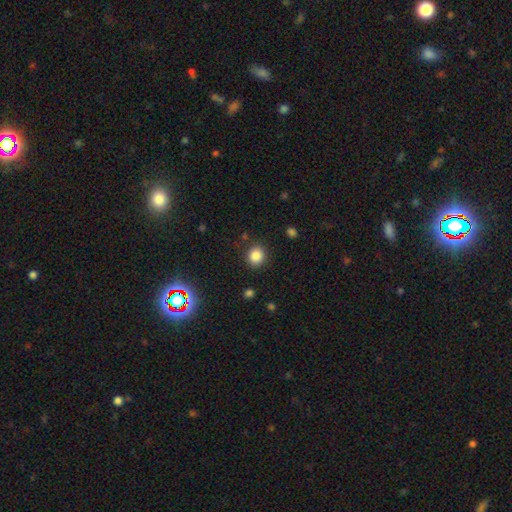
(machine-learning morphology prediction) smooth 84%, star or artifact 11%, featured or disk 5%. Down the decision tree: how rounded — round (79%); merging — none (87%).